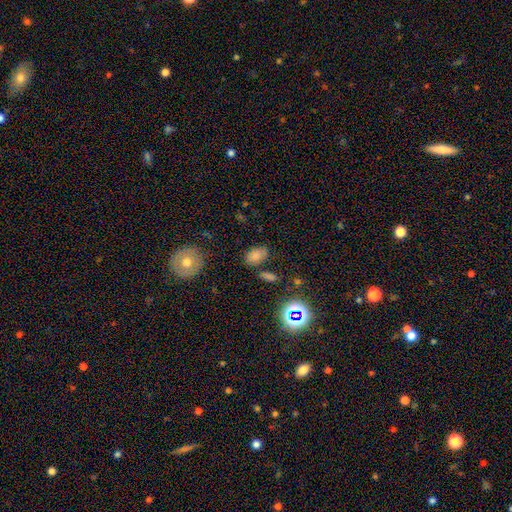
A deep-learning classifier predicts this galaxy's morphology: Smooth or featured? smooth (76%)
How rounded? in between (87%)
Merging? none (70%)